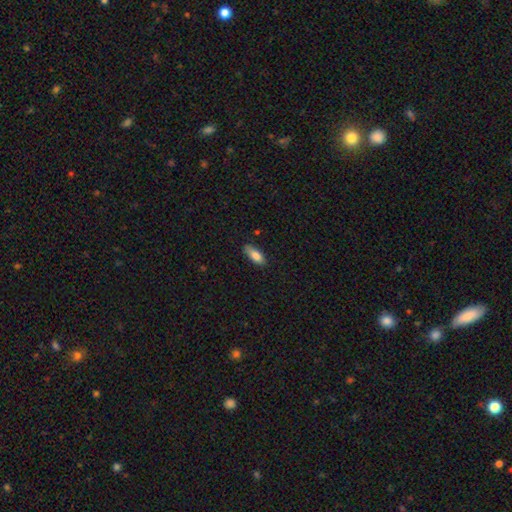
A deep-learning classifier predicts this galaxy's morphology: Overall: smooth (84%). How rounded: in between (71%). Merging: none (78%).